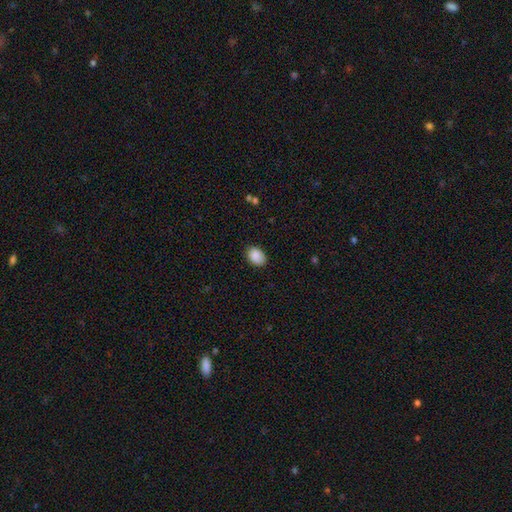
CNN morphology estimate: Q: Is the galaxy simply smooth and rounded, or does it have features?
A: smooth — 89%.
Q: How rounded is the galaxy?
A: in between — 79%.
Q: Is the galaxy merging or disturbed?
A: none — 85%.